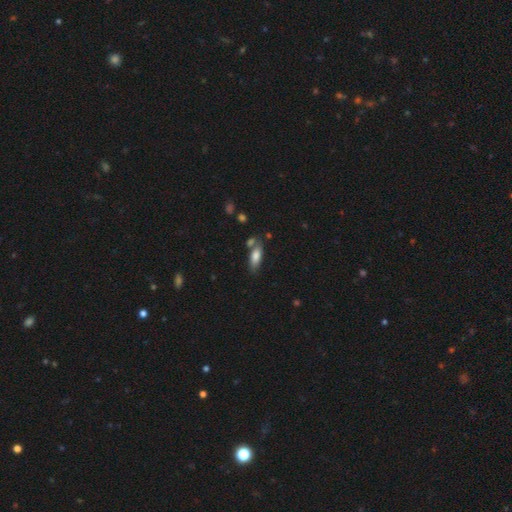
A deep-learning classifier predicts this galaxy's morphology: smooth_or_featured: smooth (p=0.77) [alt: featured or disk p=0.16]
how_rounded: in between (p=0.72) [alt: cigar-shaped p=0.25]
merging: none (p=0.61) [alt: minor disturbance p=0.18]